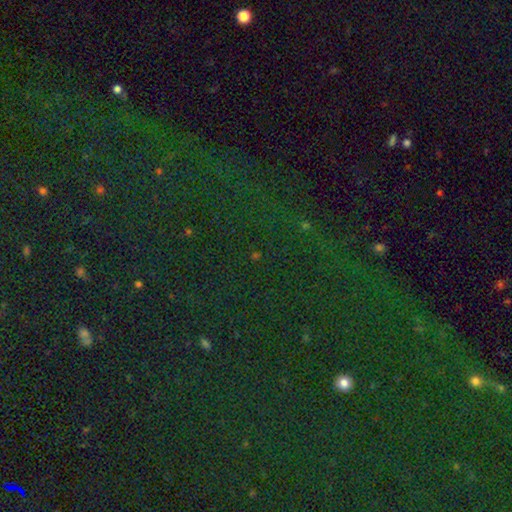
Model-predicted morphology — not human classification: Smooth or featured?
  - star or artifact: 75% *
  - smooth: 17%
  - featured or disk: 8%